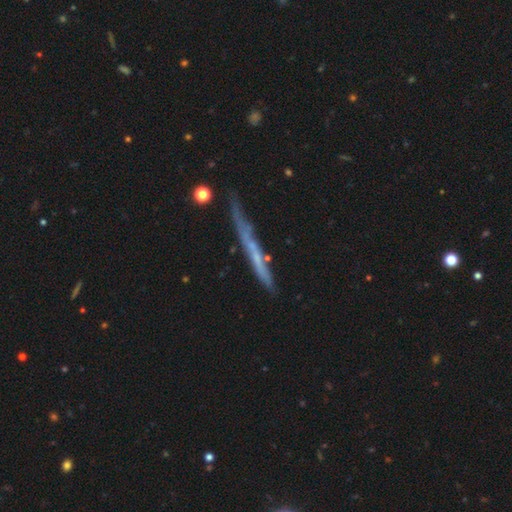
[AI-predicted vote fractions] Smooth or featured?
  - featured or disk: 56% *
  - smooth: 35%
  - star or artifact: 10%
Edge-on disk?
  - yes: 89% *
  - no: 11%
Merging?
  - none: 65% *
  - minor disturbance: 23%
  - major disturbance: 7%
  - merger: 5%